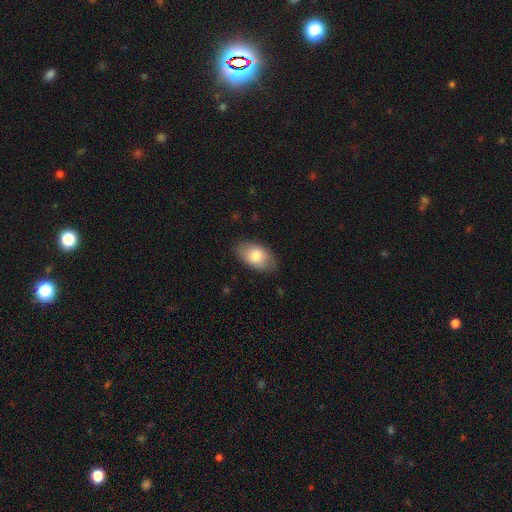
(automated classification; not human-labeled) smooth 81%, featured or disk 13%, star or artifact 6%. Down the decision tree: how rounded — in between (93%); merging — none (82%).